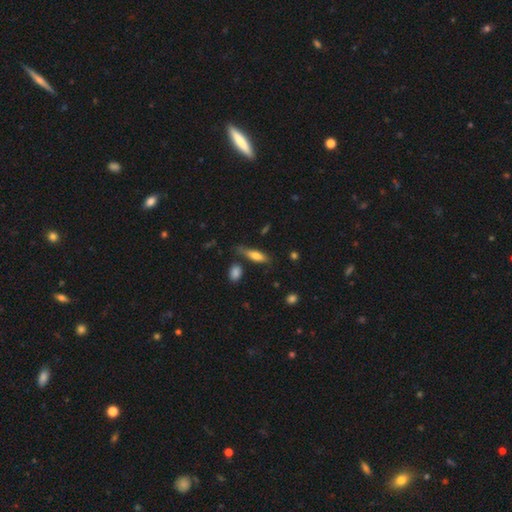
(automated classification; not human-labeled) A smooth galaxy with no disk features (66%) that is cigar-shaped (54%).

Vote fractions:
- Smooth or featured? smooth: 66% / featured or disk: 27% / star or artifact: 7%
- How rounded? cigar-shaped: 54% / in between: 43% / round: 3%
- Merging? none: 66% / minor disturbance: 20% / merger: 7% / major disturbance: 6%